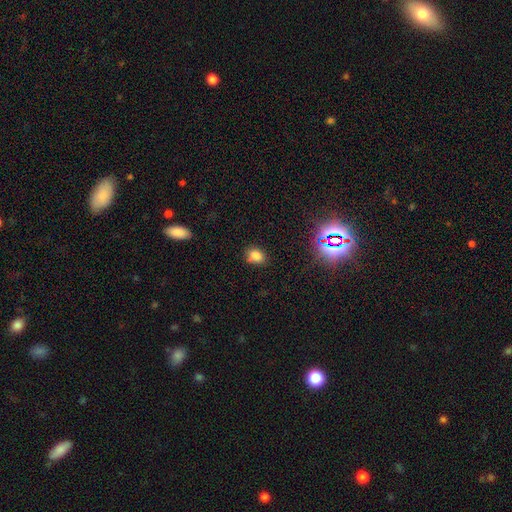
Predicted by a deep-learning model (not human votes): Smooth or featured?
  - smooth: 79% *
  - star or artifact: 15%
  - featured or disk: 6%
How rounded?
  - in between: 63% *
  - round: 36%
  - cigar-shaped: 1%
Merging?
  - none: 75% *
  - minor disturbance: 17%
  - merger: 5%
  - major disturbance: 4%